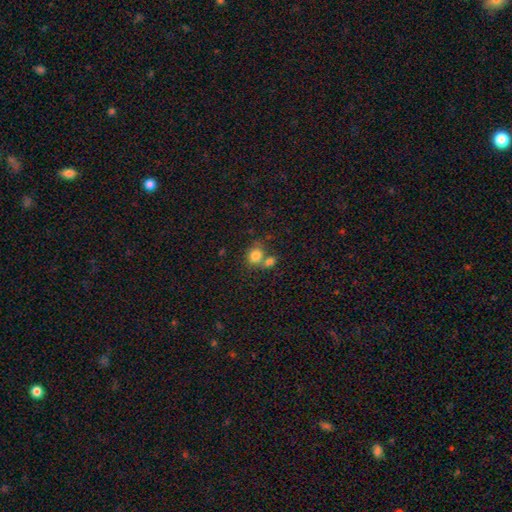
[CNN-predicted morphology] Smooth or featured: smooth — 81% (star or artifact — 10%)
How rounded: round — 63% (in between — 36%)
Merging: none — 43% (merger — 42%)